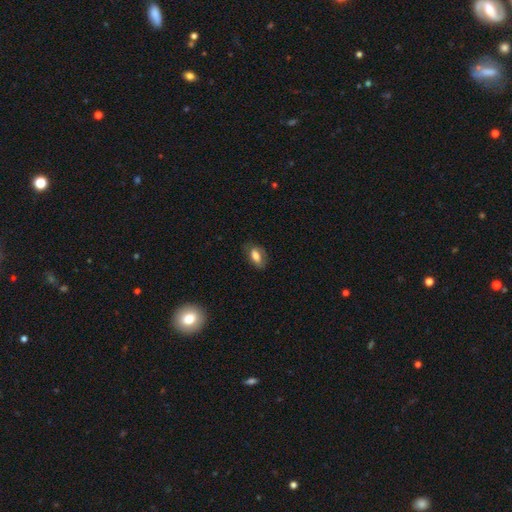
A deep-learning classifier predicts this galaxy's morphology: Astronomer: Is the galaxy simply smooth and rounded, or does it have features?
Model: smooth — 71%.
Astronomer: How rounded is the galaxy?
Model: in between — 88%.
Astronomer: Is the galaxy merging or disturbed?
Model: none — 72%.